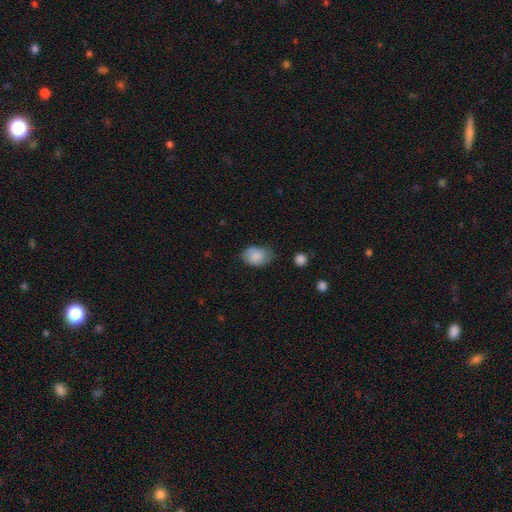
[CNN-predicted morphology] type=smooth (74%); roundness=in between (76%); merging=none (63%).